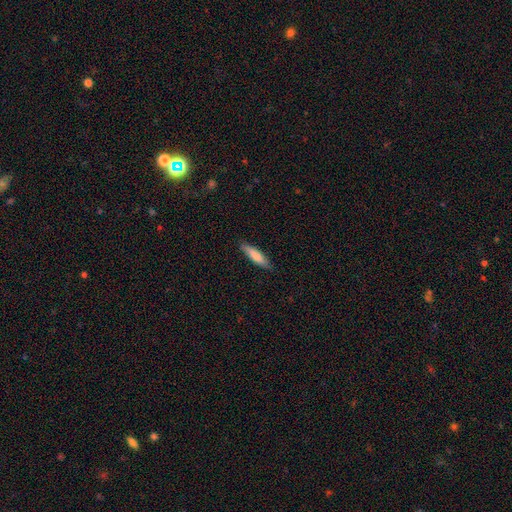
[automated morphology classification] Smooth or featured: smooth — 78% (featured or disk — 17%)
How rounded: cigar-shaped — 75% (in between — 24%)
Merging: none — 85% (minor disturbance — 12%)